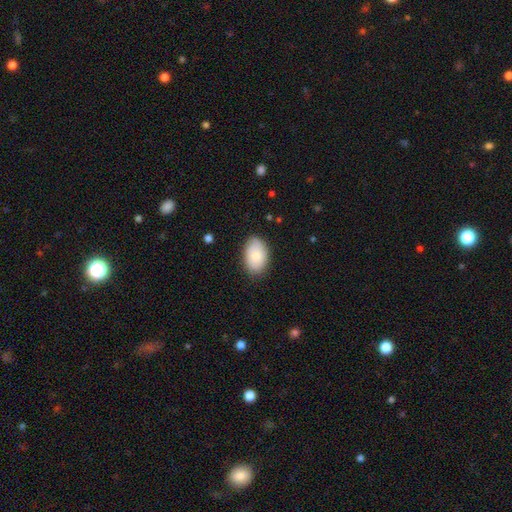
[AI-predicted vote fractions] Morphology: type=smooth (79%); roundness=in between (91%); merging=none (81%).